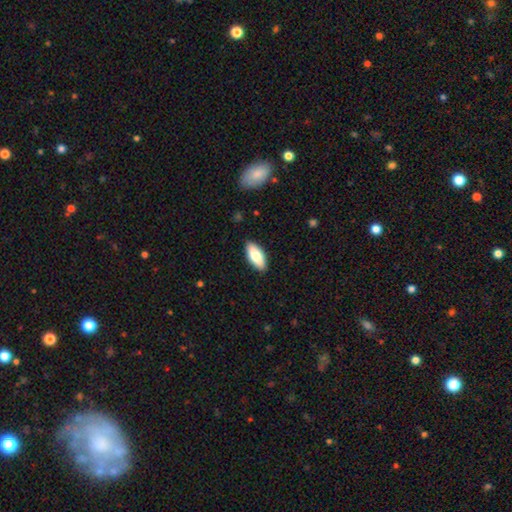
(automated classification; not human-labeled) Smooth or featured?
  - smooth: 74% *
  - featured or disk: 20%
  - star or artifact: 6%
How rounded?
  - in between: 83% *
  - cigar-shaped: 15%
  - round: 2%
Merging?
  - none: 89% *
  - minor disturbance: 8%
  - major disturbance: 2%
  - merger: 1%